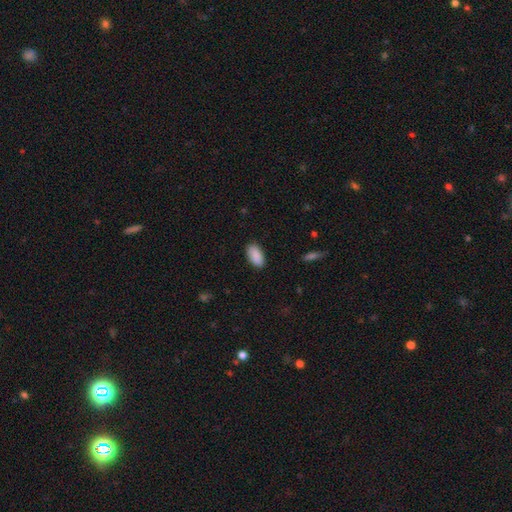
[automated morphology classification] Smooth or featured: smooth — 90% (star or artifact — 6%)
How rounded: in between — 94% (cigar-shaped — 4%)
Merging: none — 88% (minor disturbance — 9%)